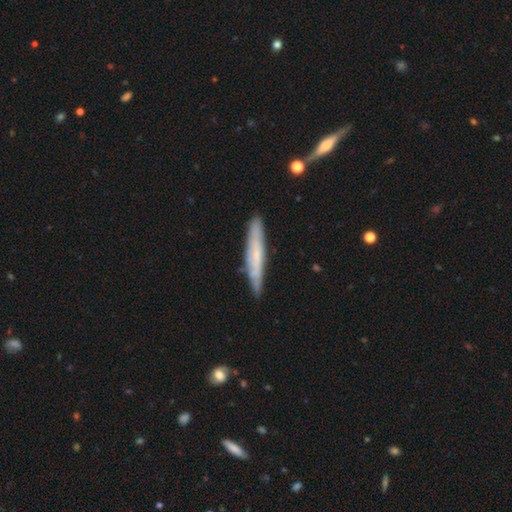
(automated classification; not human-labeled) This appears to be a featured or disk galaxy (49%). Merging: none (81%).